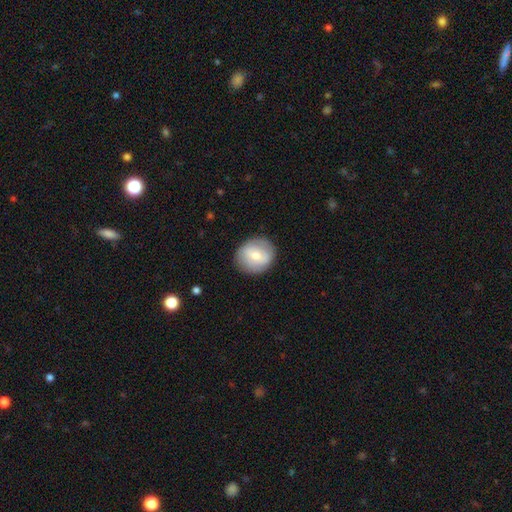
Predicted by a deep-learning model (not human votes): Morphology: type=smooth (60%); roundness=round (78%); merging=none (85%).